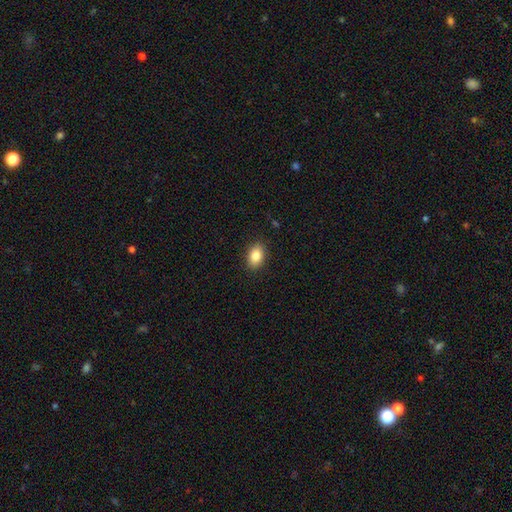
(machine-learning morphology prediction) smooth-or-featured: smooth: 85% | star or artifact: 8% | featured or disk: 7%
  how-rounded: in between: 84% | round: 15% | cigar-shaped: 1%
  merging: none: 89% | minor disturbance: 8% | major disturbance: 2% | merger: 1%